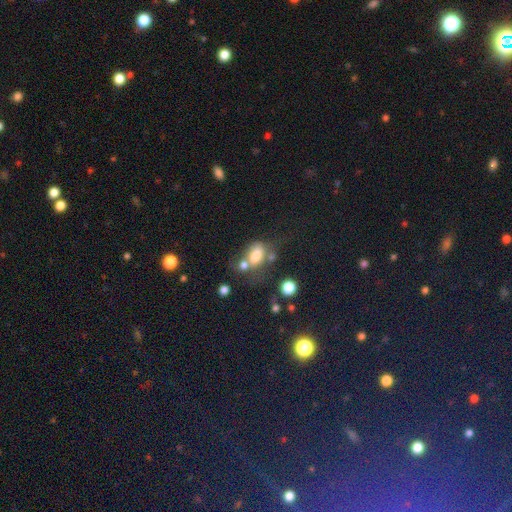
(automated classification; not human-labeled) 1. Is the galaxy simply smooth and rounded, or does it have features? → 74% smooth, 14% featured or disk, 12% star or artifact.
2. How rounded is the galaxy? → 79% in between, 18% round, 2% cigar-shaped.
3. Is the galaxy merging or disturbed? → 39% merger, 32% none, 17% minor disturbance, 13% major disturbance.